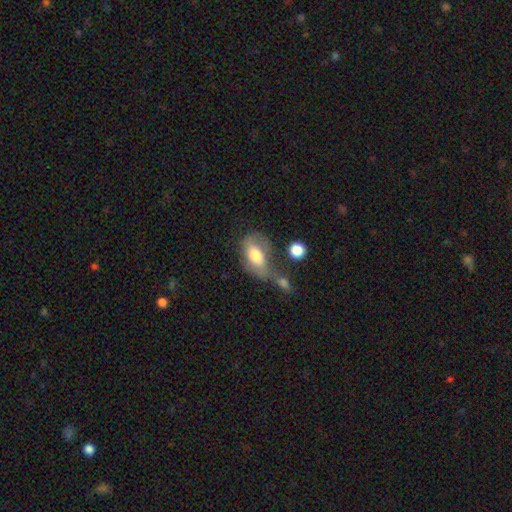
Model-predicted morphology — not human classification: smooth-or-featured: smooth: 67% | featured or disk: 25% | star or artifact: 7%
  how-rounded: in between: 88% | round: 8% | cigar-shaped: 4%
  merging: merger: 35% | major disturbance: 24% | none: 22% | minor disturbance: 19%